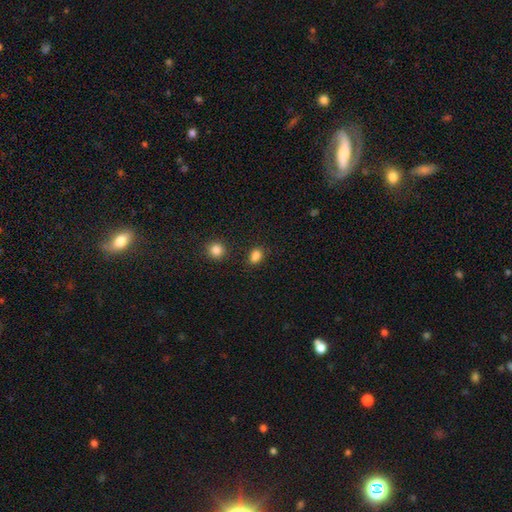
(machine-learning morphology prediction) smooth 84%, star or artifact 12%, featured or disk 4%. Down the decision tree: how rounded — in between (72%); merging — none (76%).